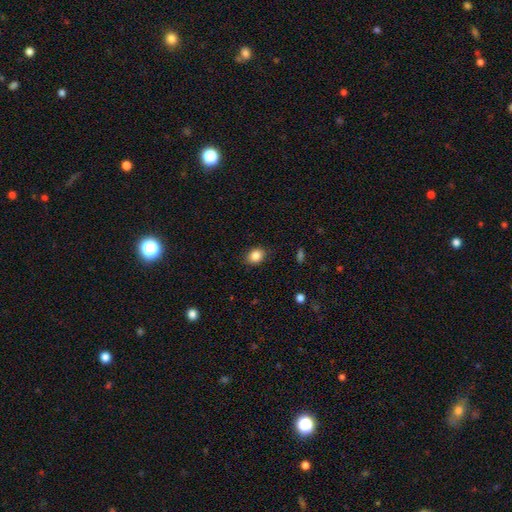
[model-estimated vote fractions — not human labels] A smooth galaxy with no disk features (86%) that is in between round and cigar-shaped (57%).

Vote fractions:
- Smooth or featured? smooth: 86% / star or artifact: 9% / featured or disk: 5%
- How rounded? in between: 57% / round: 42% / cigar-shaped: 1%
- Merging? none: 85% / minor disturbance: 11% / major disturbance: 3% / merger: 1%